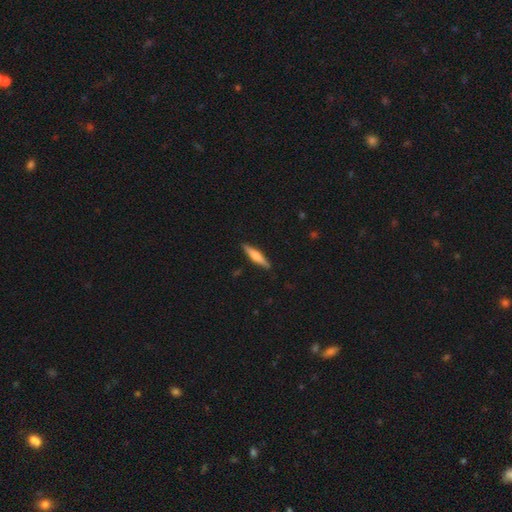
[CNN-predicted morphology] Overall: smooth (50%; featured or disk 45%). Merging: none (89%).